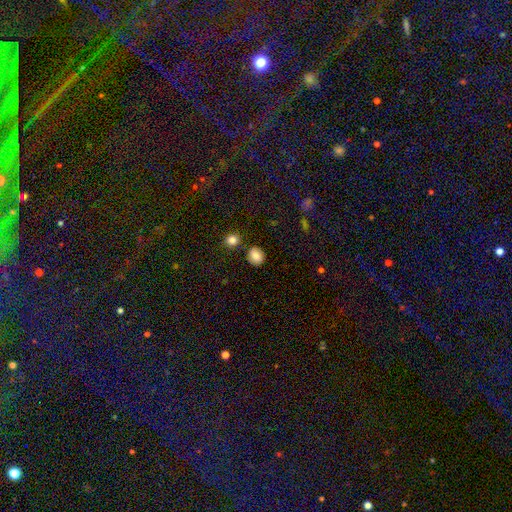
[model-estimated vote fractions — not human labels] A smooth galaxy with no disk features (81%) that is round (75%). Merging: none (84%).